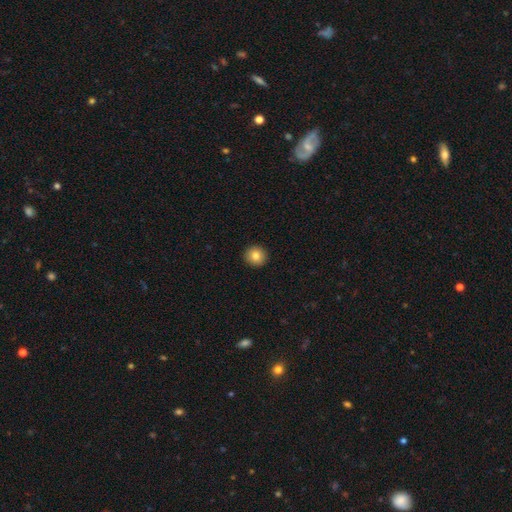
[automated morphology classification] Overall: smooth (82%). How rounded: round (94%). Merging: none (93%).